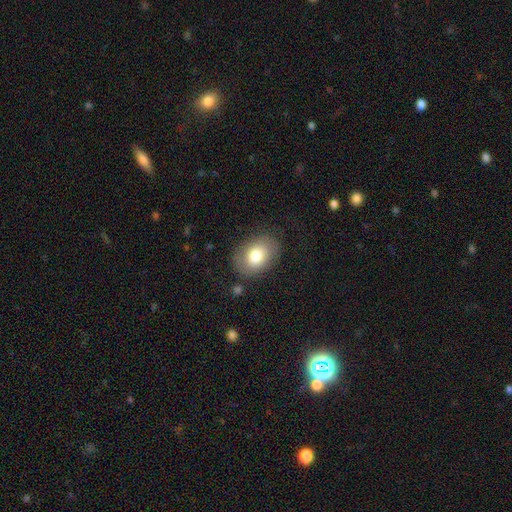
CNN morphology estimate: A smooth galaxy with no disk features (79%) that is in between round and cigar-shaped (74%). Merging: none (80%).